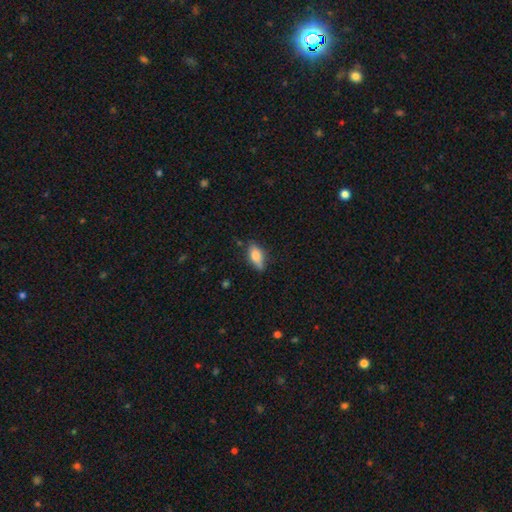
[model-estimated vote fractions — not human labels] The model was most divided on "smooth or featured": smooth: 72%, featured or disk: 21%, star or artifact: 7%. More confident: how rounded — in between (80%); merging — none (73%).